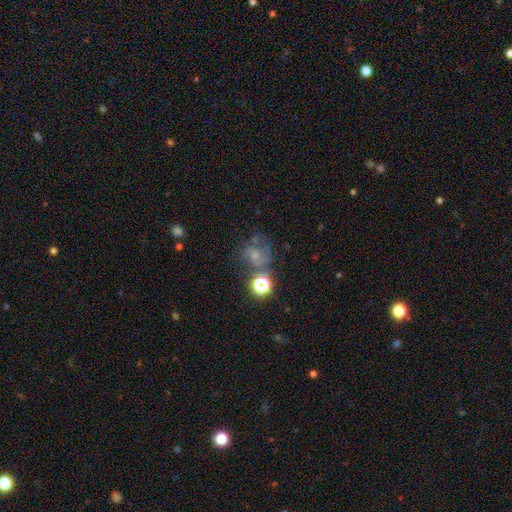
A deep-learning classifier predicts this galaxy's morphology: Q: Smooth or featured?
A: smooth (40%); runner-up: featured or disk (38%)
Q: Merging?
A: none (46%); runner-up: minor disturbance (21%)